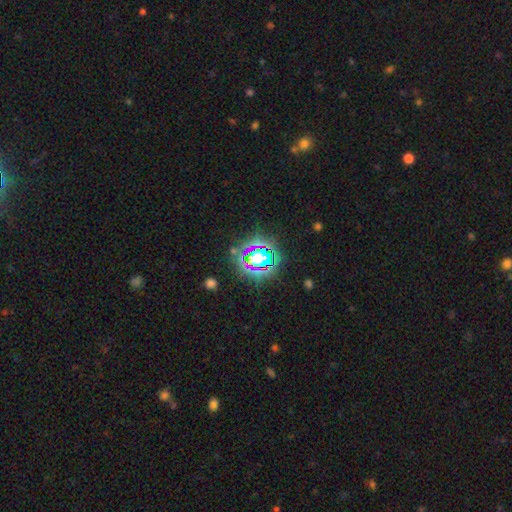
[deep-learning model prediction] smooth-or-featured: star or artifact: 63% | smooth: 23% | featured or disk: 14%